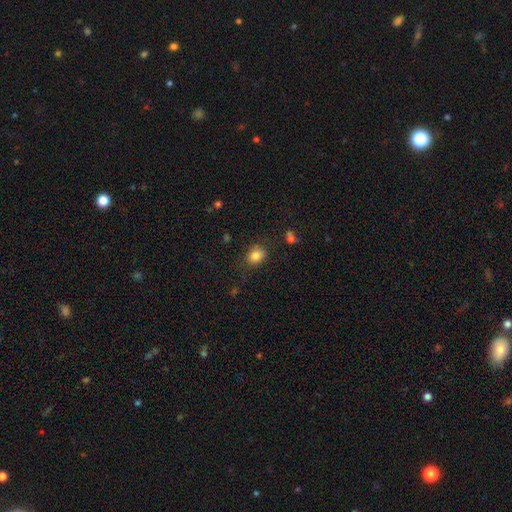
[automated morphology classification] Smooth or featured? smooth (83%)
How rounded? in between (53%)
Merging? none (75%)